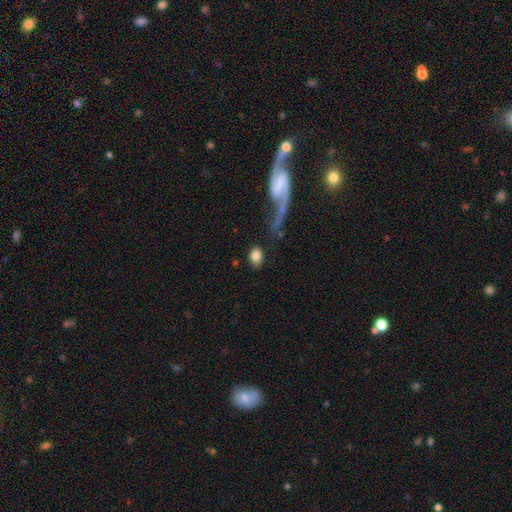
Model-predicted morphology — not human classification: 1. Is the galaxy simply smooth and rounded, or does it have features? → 81% smooth, 12% featured or disk, 7% star or artifact.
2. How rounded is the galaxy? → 71% in between, 27% round, 2% cigar-shaped.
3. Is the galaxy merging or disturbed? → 78% none, 10% minor disturbance, 6% major disturbance, 6% merger.